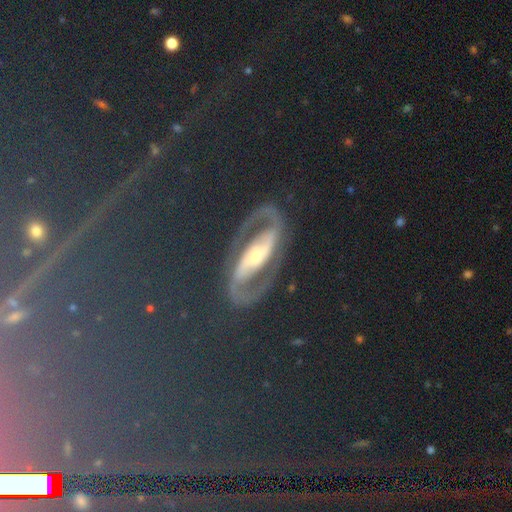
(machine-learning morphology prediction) This appears to be a star or artifact, not a galaxy (46%).